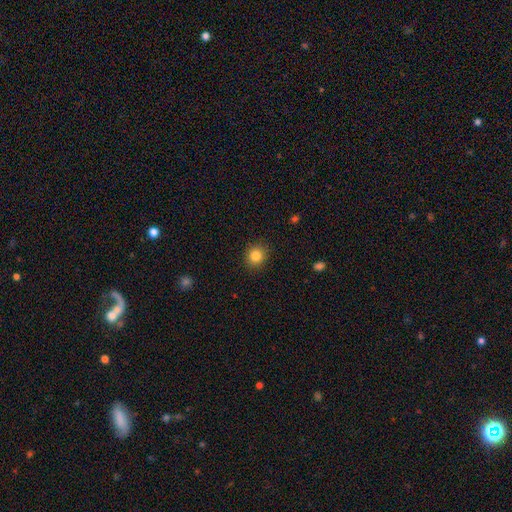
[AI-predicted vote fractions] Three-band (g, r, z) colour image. It shows a smooth galaxy with no disk features (84%) that is round (82%). Merging: none (90%).